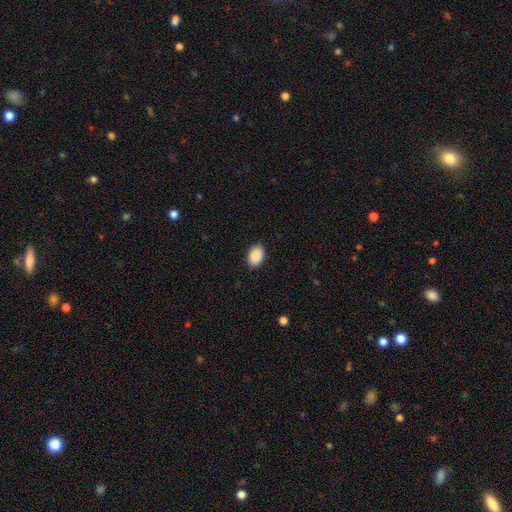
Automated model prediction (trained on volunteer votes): Smooth or featured?
  - smooth: 90% *
  - star or artifact: 7%
  - featured or disk: 3%
How rounded?
  - in between: 86% *
  - round: 13%
  - cigar-shaped: 1%
Merging?
  - none: 90% *
  - minor disturbance: 8%
  - major disturbance: 2%
  - merger: 1%